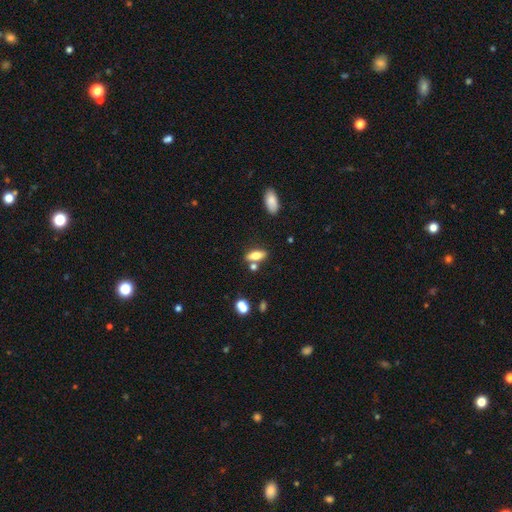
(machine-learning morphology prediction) Smooth or featured?
  - smooth: 67% *
  - featured or disk: 25%
  - star or artifact: 9%
How rounded?
  - in between: 66% *
  - cigar-shaped: 29%
  - round: 4%
Merging?
  - none: 68% *
  - merger: 16%
  - minor disturbance: 13%
  - major disturbance: 4%